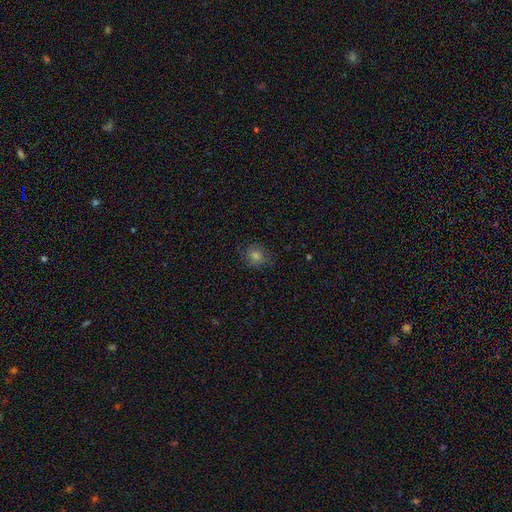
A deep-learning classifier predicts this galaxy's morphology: smooth 64%, star or artifact 22%, featured or disk 15%. Down the decision tree: how rounded — round (80%); merging — none (79%).